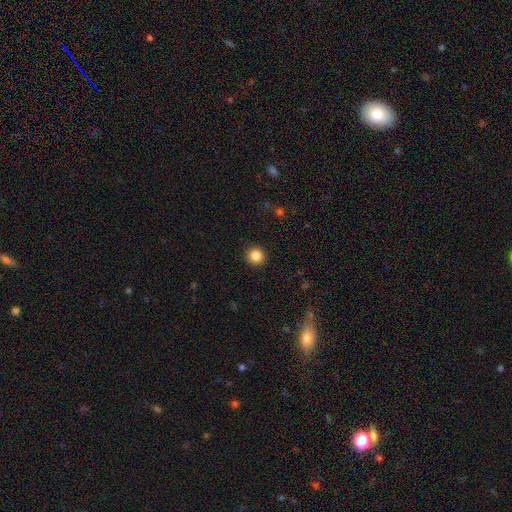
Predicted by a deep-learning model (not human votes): Smooth or featured? smooth (85%)
How rounded? round (94%)
Merging? none (92%)